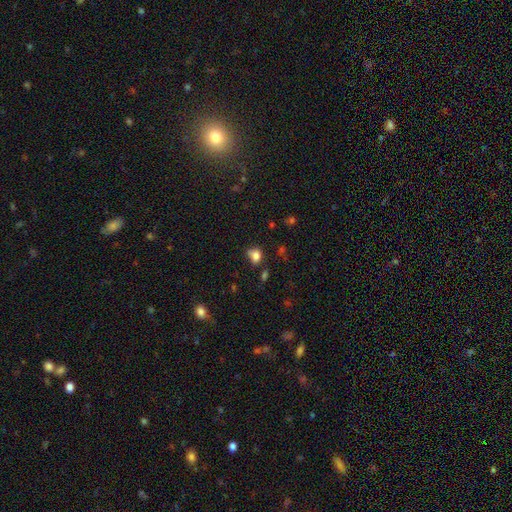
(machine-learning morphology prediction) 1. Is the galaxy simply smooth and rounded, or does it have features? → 78% smooth, 13% star or artifact, 8% featured or disk.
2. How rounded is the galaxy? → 50% in between, 48% round, 1% cigar-shaped.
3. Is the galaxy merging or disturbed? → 46% none, 28% minor disturbance, 14% merger, 12% major disturbance.